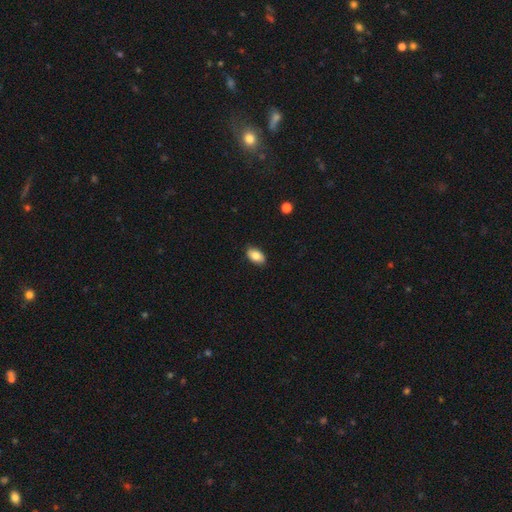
smooth-or-featured: smooth: 89% | featured or disk: 5% | star or artifact: 5%
  how-rounded: in between: 85% | round: 12% | cigar-shaped: 3%
  merging: none: 74% | minor disturbance: 20% | major disturbance: 6% | merger: 0%